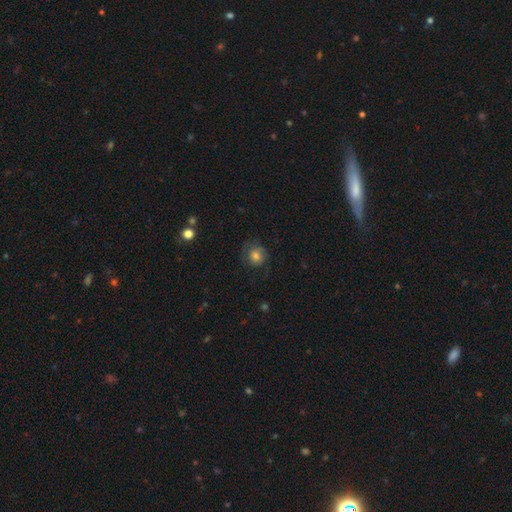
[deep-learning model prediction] The model was most divided on "smooth or featured": smooth: 62%, featured or disk: 27%, star or artifact: 10%. More confident: how rounded — round (84%); merging — none (66%).